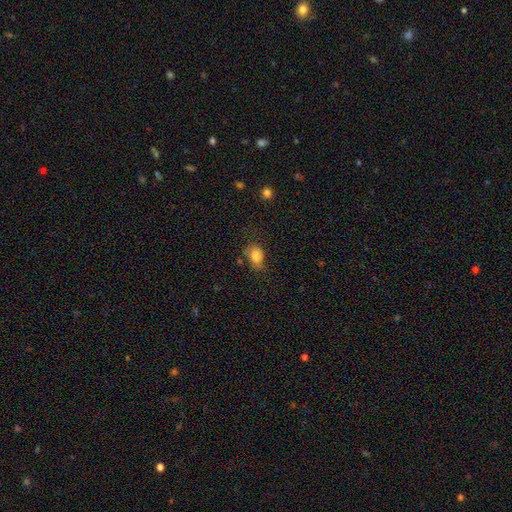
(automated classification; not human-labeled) Smooth or featured: smooth — 81% (star or artifact — 9%)
How rounded: in between — 73% (round — 25%)
Merging: none — 53% (minor disturbance — 30%)